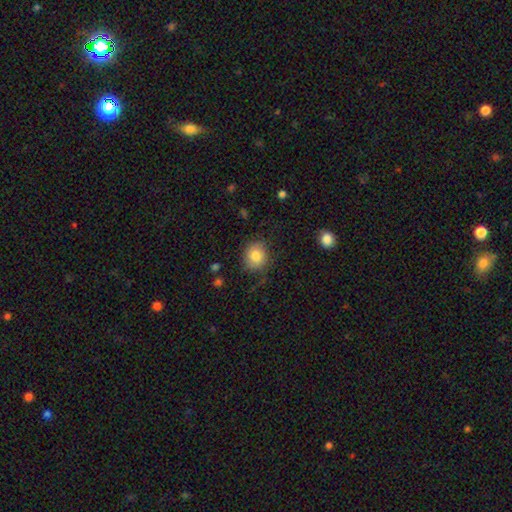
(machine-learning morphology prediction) Smooth or featured? smooth (83%)
How rounded? round (73%)
Merging? none (79%)